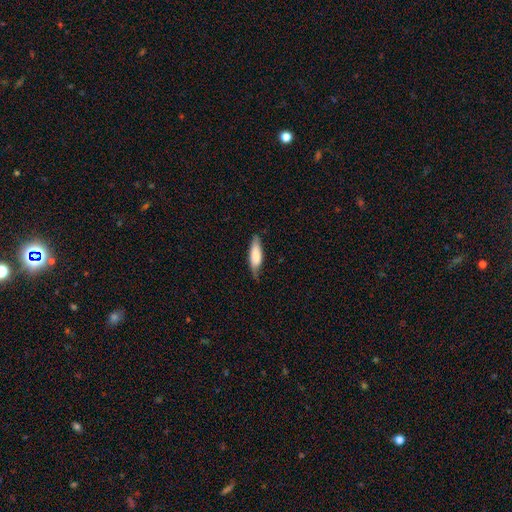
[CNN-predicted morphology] Smooth or featured? smooth (74%)
How rounded? in between (50%)
Merging? none (63%)